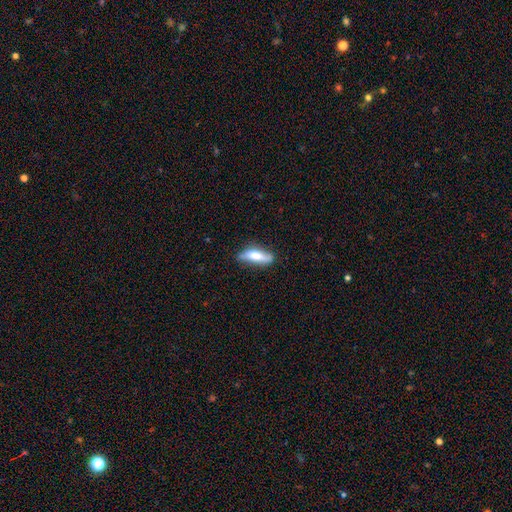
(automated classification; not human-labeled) The model was most divided on "how rounded": cigar-shaped: 52%, in between: 46%, round: 3%. More confident: merging — none (67%); smooth or featured — smooth (61%).